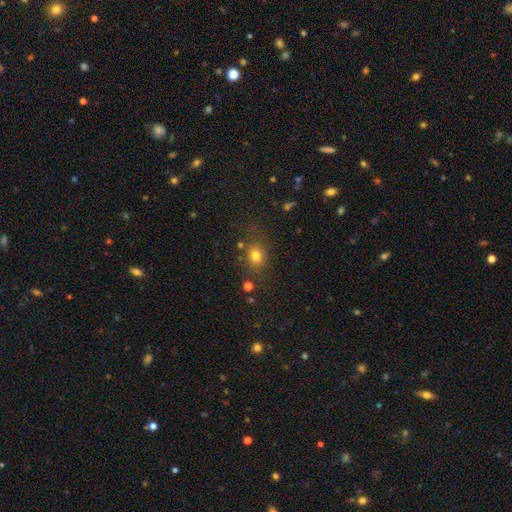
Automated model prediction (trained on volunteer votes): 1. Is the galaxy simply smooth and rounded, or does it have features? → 76% smooth, 15% star or artifact, 9% featured or disk.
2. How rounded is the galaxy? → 67% round, 31% in between, 1% cigar-shaped.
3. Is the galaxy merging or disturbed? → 73% none, 14% minor disturbance, 7% major disturbance, 6% merger.